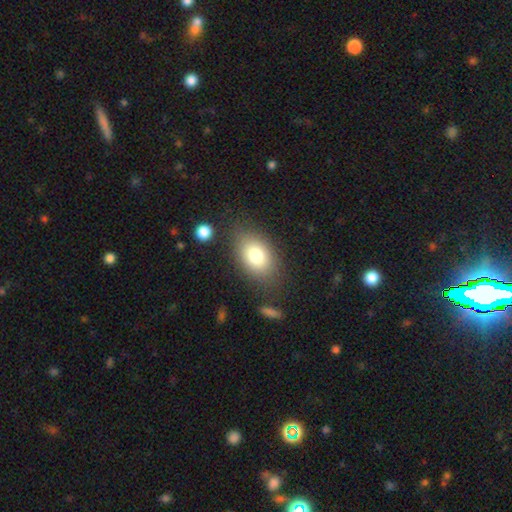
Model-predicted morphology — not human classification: smooth_or_featured: smooth (p=0.80) [alt: featured or disk p=0.12]
how_rounded: in between (p=0.85) [alt: round p=0.13]
merging: none (p=0.76) [alt: minor disturbance p=0.14]